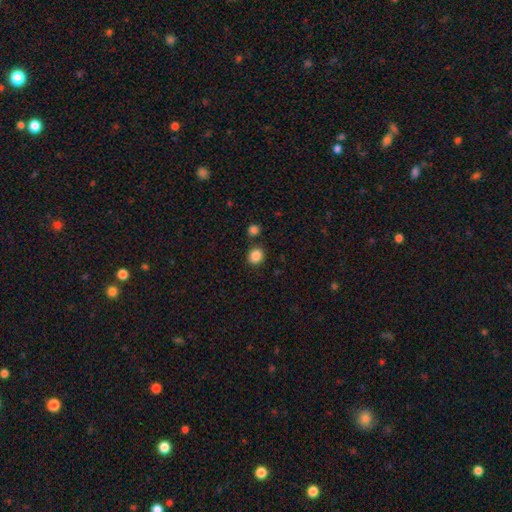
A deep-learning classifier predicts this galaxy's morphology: Smooth or featured?
  - smooth: 87% *
  - star or artifact: 10%
  - featured or disk: 3%
How rounded?
  - round: 72% *
  - in between: 27%
  - cigar-shaped: 1%
Merging?
  - none: 81% *
  - minor disturbance: 8%
  - merger: 8%
  - major disturbance: 3%